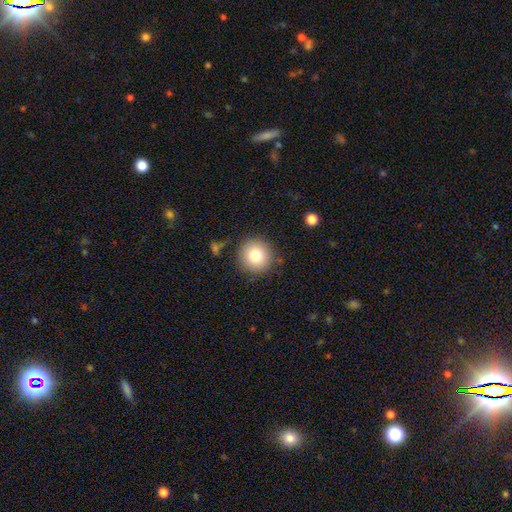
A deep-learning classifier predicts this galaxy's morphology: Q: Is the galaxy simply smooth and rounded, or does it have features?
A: smooth — 80%.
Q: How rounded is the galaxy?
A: round — 94%.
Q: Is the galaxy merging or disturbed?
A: none — 85%.